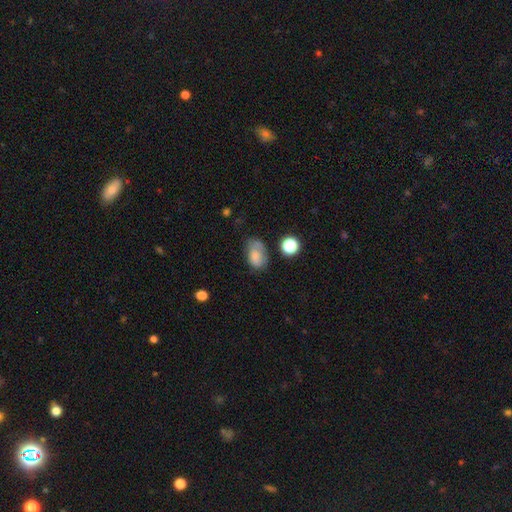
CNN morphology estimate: smooth 75%, featured or disk 15%, star or artifact 11%. Down the decision tree: how rounded — in between (85%); merging — none (46%).